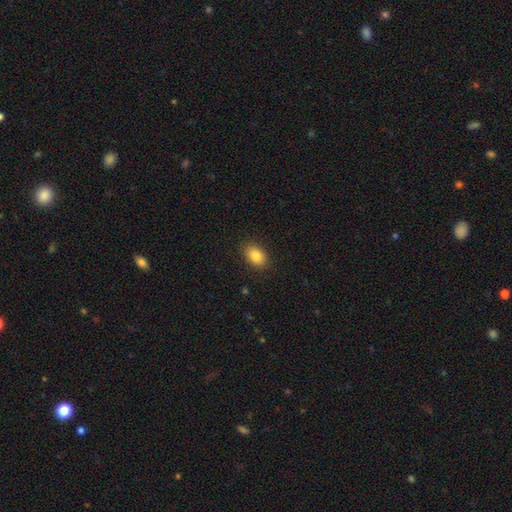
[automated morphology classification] This appears to be a smooth galaxy with no disk features (86%) that is in between round and cigar-shaped (84%). Merging: none (88%).